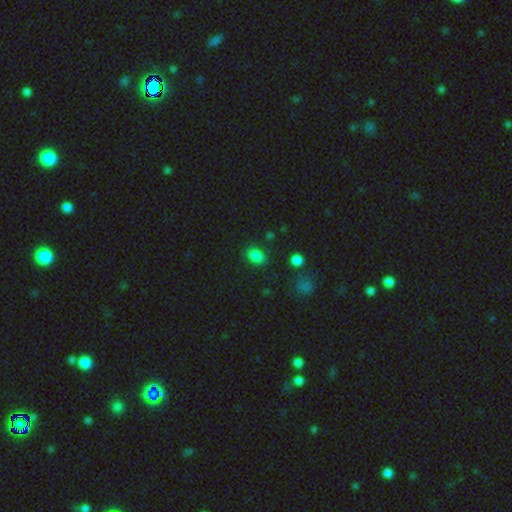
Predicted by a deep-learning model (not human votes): Smooth or featured: smooth — 82% (star or artifact — 14%)
How rounded: in between — 66% (round — 32%)
Merging: none — 83% (minor disturbance — 11%)